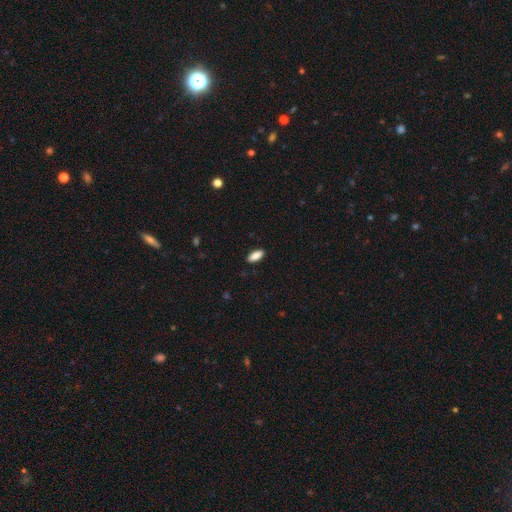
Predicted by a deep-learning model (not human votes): Smooth or featured: smooth — 87% (star or artifact — 7%)
How rounded: in between — 83% (cigar-shaped — 15%)
Merging: none — 89% (minor disturbance — 8%)